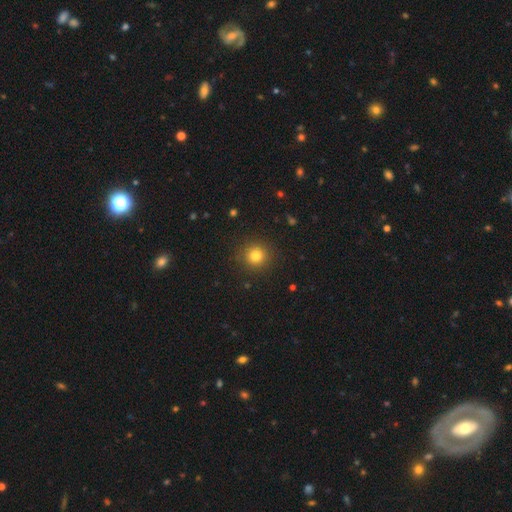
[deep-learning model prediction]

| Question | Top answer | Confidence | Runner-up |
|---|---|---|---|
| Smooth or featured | smooth | 80% | star or artifact (14%) |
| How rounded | round | 94% | in between (5%) |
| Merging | none | 91% | minor disturbance (6%) |